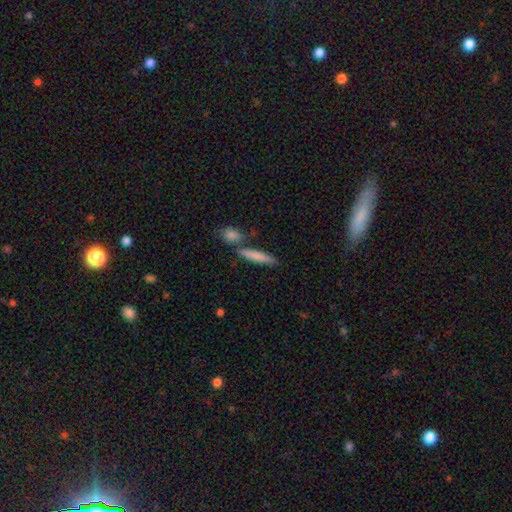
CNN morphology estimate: This appears to be a smooth galaxy with no disk features (79%) that is cigar-shaped (86%). Merging: none (71%).